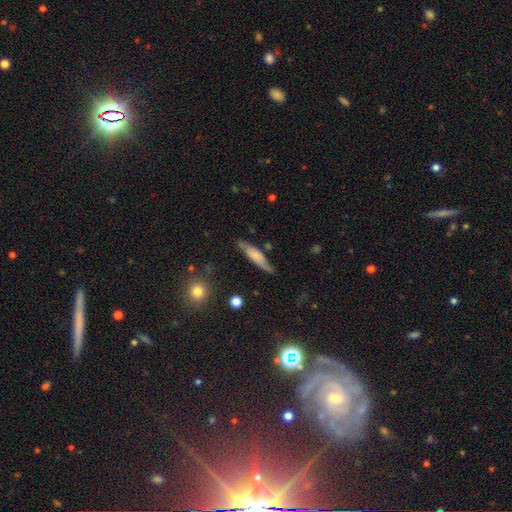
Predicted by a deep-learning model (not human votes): Morphology: type=smooth (61%); roundness=cigar-shaped (76%); merging=none (72%).